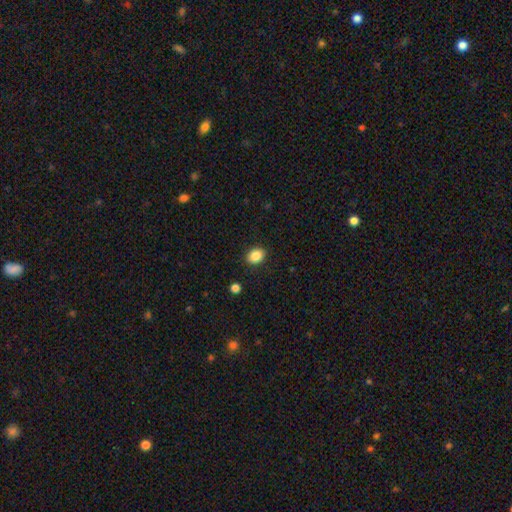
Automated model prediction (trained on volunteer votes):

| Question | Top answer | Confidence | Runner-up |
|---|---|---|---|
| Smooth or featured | smooth | 87% | star or artifact (9%) |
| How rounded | in between | 68% | round (31%) |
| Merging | none | 88% | minor disturbance (8%) |